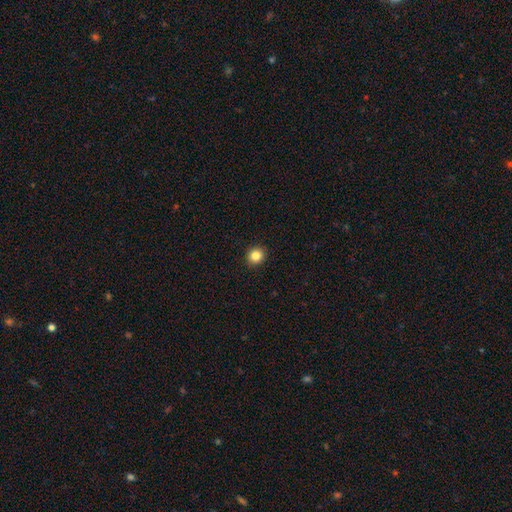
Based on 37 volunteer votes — A smooth galaxy with no disk features (86%) that is round (97%).

Vote fractions:
- Smooth or featured? smooth: 86% / star or artifact: 11% / featured or disk: 3%
- How rounded? round: 97% / in between: 3% / cigar-shaped: 0%
- Merging? none: 100% / minor disturbance: 0% / major disturbance: 0% / merger: 0%